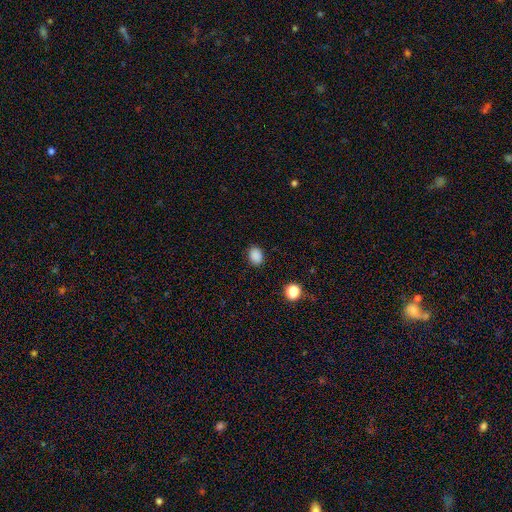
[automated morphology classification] The model was most divided on "how rounded": in between: 62%, round: 37%, cigar-shaped: 1%. More confident: merging — none (88%); smooth or featured — smooth (86%).